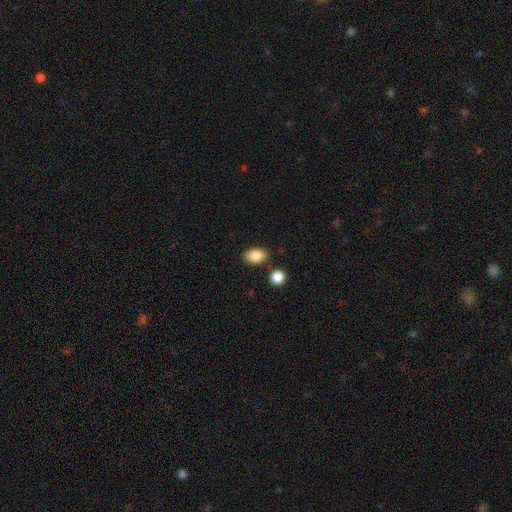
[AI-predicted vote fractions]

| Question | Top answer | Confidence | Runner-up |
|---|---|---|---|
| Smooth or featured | smooth | 86% | star or artifact (8%) |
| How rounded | in between | 88% | round (11%) |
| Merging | none | 81% | minor disturbance (11%) |